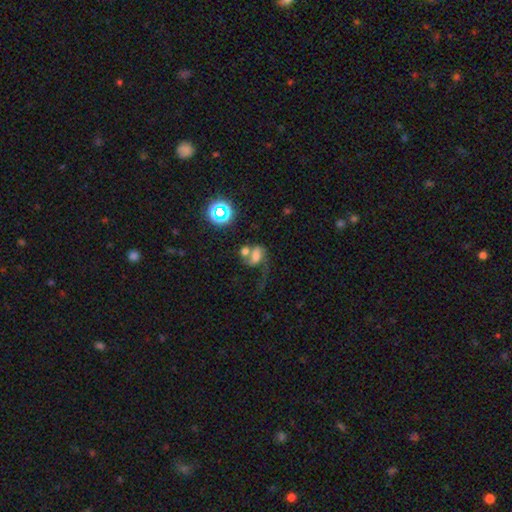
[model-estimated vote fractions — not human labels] A smooth galaxy with no disk features (46%).

Vote fractions:
- Smooth or featured? smooth: 46% / featured or disk: 34% / star or artifact: 20%
- Merging? merger: 49% / major disturbance: 23% / none: 18% / minor disturbance: 10%